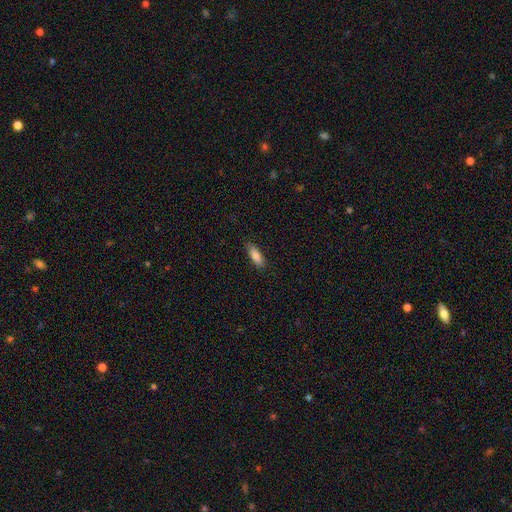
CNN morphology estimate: smooth_or_featured: smooth (p=0.83) [alt: featured or disk p=0.10]
how_rounded: in between (p=0.65) [alt: cigar-shaped p=0.33]
merging: none (p=0.86) [alt: minor disturbance p=0.11]